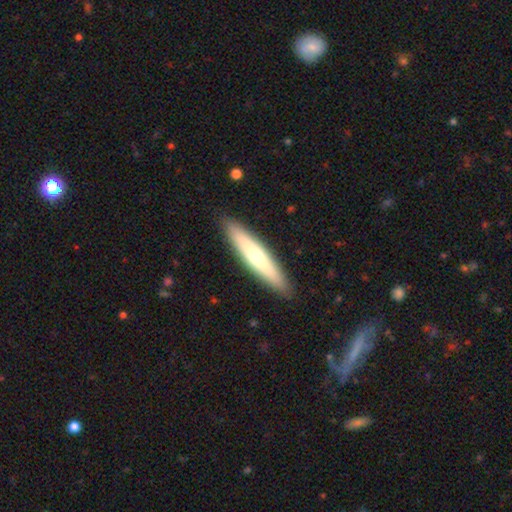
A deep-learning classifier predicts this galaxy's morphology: Smooth or featured: smooth — 53% (featured or disk — 40%)
How rounded: cigar-shaped — 87% (in between — 12%)
Merging: none — 89% (minor disturbance — 8%)